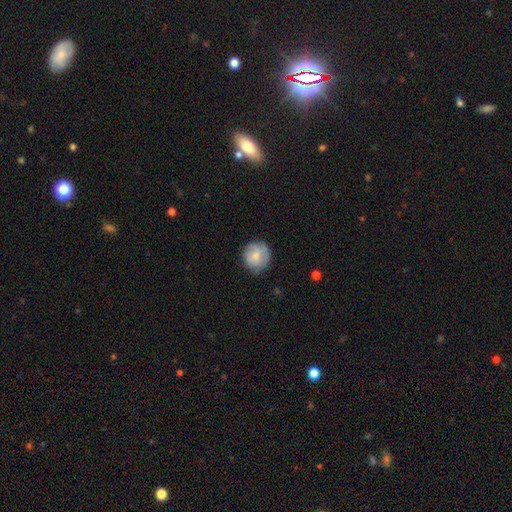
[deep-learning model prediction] smooth_or_featured: smooth (p=0.72) [alt: featured or disk p=0.21]
how_rounded: round (p=0.91) [alt: in between p=0.08]
merging: none (p=0.75) [alt: minor disturbance p=0.19]